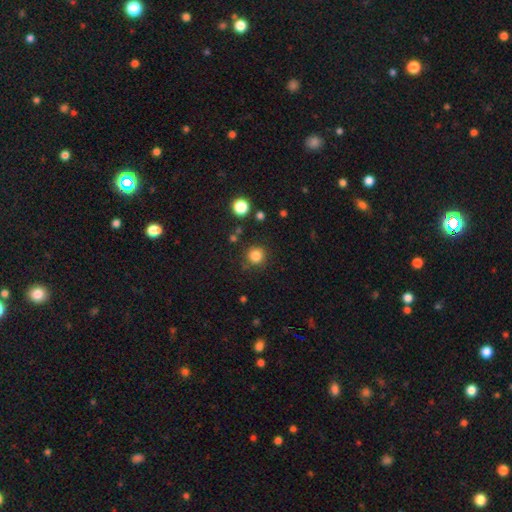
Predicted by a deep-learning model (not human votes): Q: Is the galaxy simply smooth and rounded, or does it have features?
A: smooth — 83%.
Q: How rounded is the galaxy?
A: round — 94%.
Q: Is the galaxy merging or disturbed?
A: none — 85%.